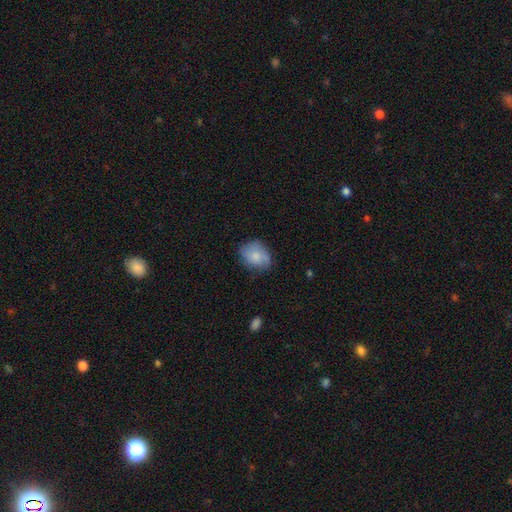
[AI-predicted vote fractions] smooth_or_featured: smooth (p=0.74) [alt: featured or disk p=0.19]
how_rounded: in between (p=0.51) [alt: round p=0.48]
merging: none (p=0.64) [alt: minor disturbance p=0.27]